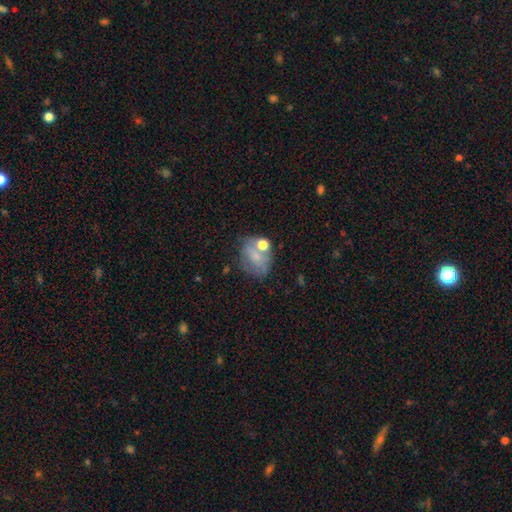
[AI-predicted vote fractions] This appears to be a smooth galaxy with no disk features (56%) that is in between round and cigar-shaped (58%). Merging: none (41%).